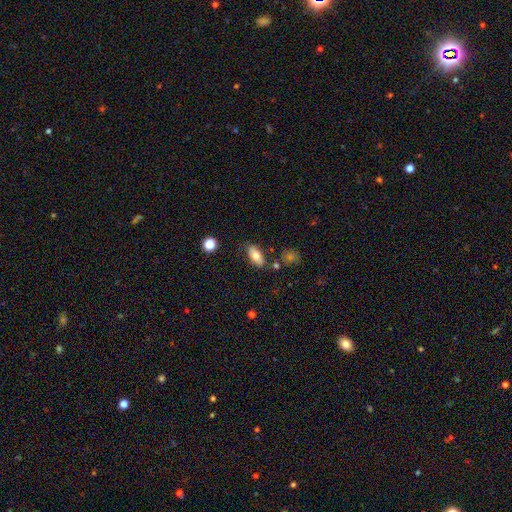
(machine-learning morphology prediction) The model was most divided on "smooth or featured": smooth: 75%, featured or disk: 17%, star or artifact: 8%. More confident: how rounded — in between (88%); merging — none (77%).